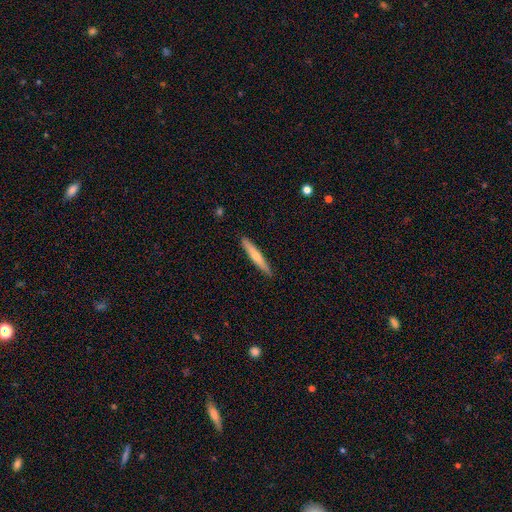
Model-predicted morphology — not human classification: This is possibly a featured or disk galaxy (51%). It is clearly viewed edge-on (94%). Merging: clearly none (91%).